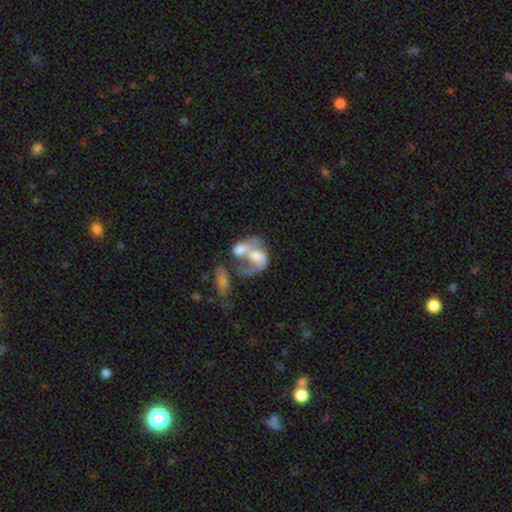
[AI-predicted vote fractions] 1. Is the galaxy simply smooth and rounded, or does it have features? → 59% featured or disk, 33% smooth, 9% star or artifact.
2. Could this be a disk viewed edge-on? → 97% no, 3% yes.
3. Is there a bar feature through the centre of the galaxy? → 54% no, 33% weak, 13% strong.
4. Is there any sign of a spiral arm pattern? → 63% yes, 37% no.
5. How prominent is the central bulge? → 43% moderate, 22% small, 18% none, 15% large, 2% dominant.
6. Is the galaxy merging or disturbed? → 66% merger, 15% major disturbance, 12% none, 7% minor disturbance.